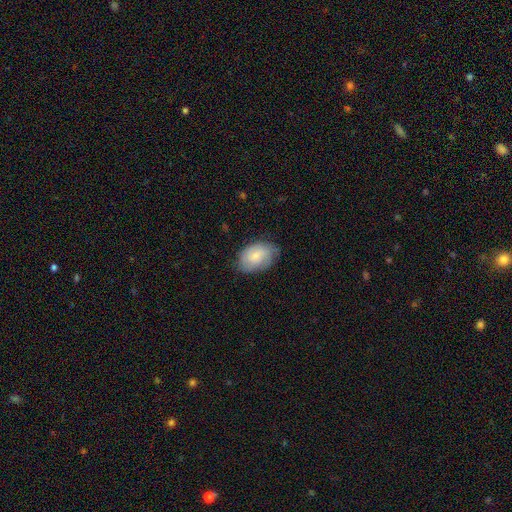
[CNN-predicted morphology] smooth_or_featured: smooth (p=0.56) [alt: featured or disk p=0.37]
how_rounded: in between (p=0.86) [alt: round p=0.13]
merging: none (p=0.68) [alt: minor disturbance p=0.25]